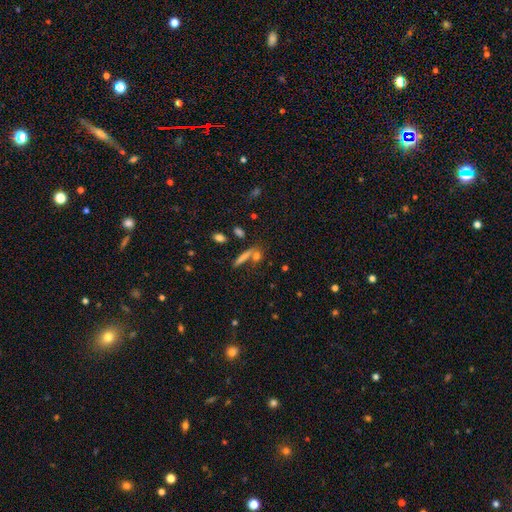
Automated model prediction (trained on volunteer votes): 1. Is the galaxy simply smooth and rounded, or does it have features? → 66% smooth, 17% star or artifact, 17% featured or disk.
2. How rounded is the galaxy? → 48% cigar-shaped, 27% round, 25% in between.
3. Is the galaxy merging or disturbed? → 62% none, 22% merger, 10% minor disturbance, 6% major disturbance.